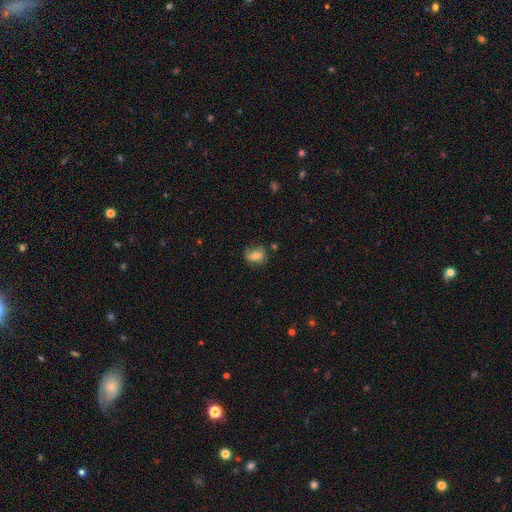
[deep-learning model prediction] This appears to be a smooth galaxy with no disk features (63%) that is in between round and cigar-shaped (63%). Merging: none (61%).